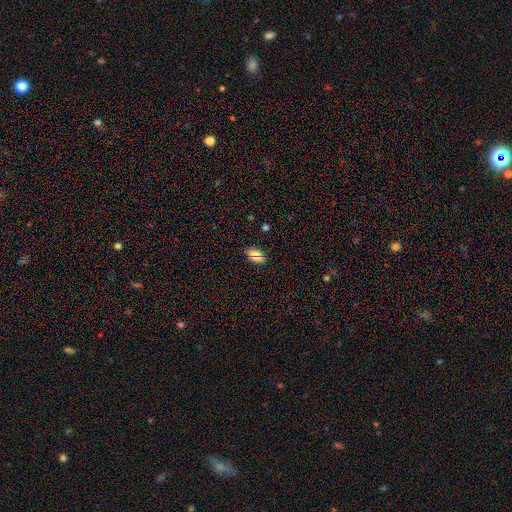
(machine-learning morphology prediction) Smooth or featured? Predicted: smooth (p=0.71). How rounded? Predicted: in between (p=0.84). Merging? Predicted: none (p=0.85).